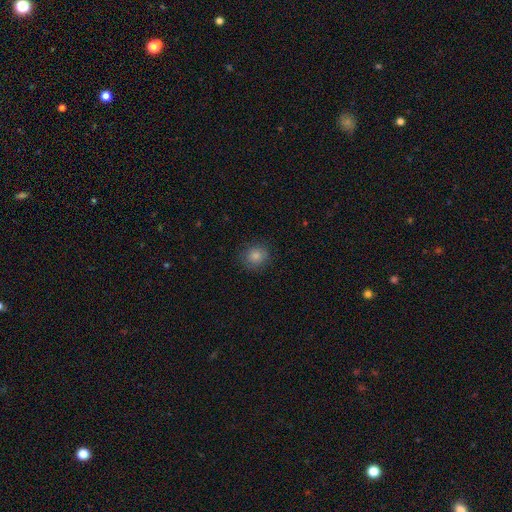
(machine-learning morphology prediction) Overall: smooth (79%). How rounded: round (87%). Merging: none (88%).